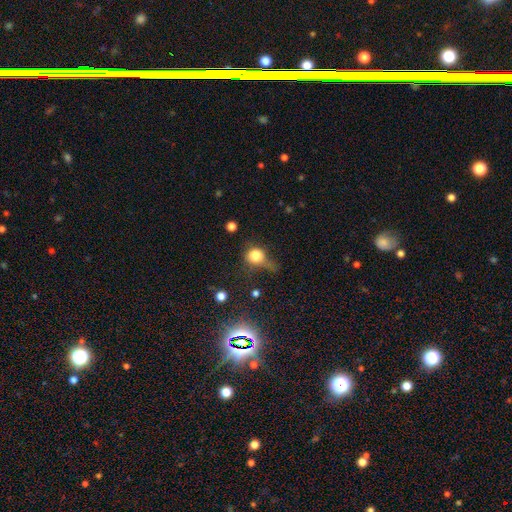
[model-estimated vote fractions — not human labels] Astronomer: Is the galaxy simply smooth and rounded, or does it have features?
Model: smooth — 76%.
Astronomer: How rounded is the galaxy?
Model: round — 74%.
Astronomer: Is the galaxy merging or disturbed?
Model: none — 33% (runner-up: minor disturbance, 31%).